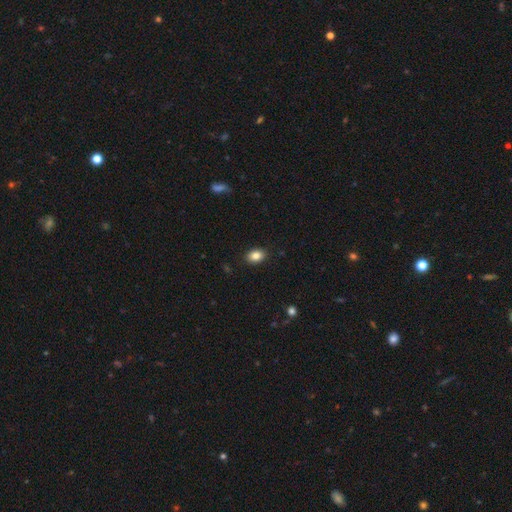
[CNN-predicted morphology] Smooth or featured? smooth (85%)
How rounded? in between (79%)
Merging? none (89%)